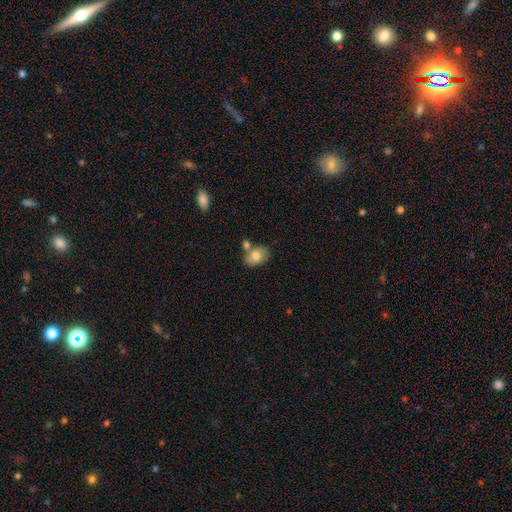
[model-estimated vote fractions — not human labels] The model was most divided on "merging": none: 55%, merger: 24%, minor disturbance: 17%, major disturbance: 5%. More confident: how rounded — in between (81%); smooth or featured — smooth (79%).